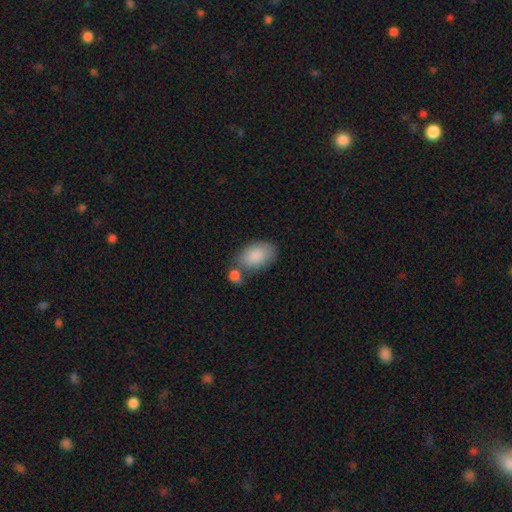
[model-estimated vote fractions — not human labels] Smooth or featured? smooth (87%)
How rounded? in between (92%)
Merging? none (57%)